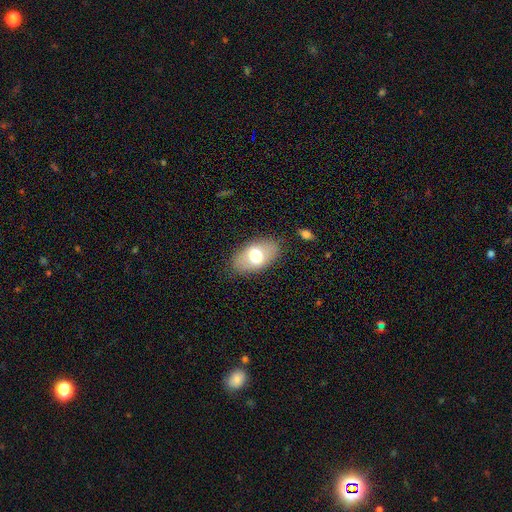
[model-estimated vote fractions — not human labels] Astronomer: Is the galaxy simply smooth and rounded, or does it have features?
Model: smooth — 65%.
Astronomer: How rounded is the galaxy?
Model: in between — 91%.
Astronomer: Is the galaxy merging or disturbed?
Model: none — 82%.